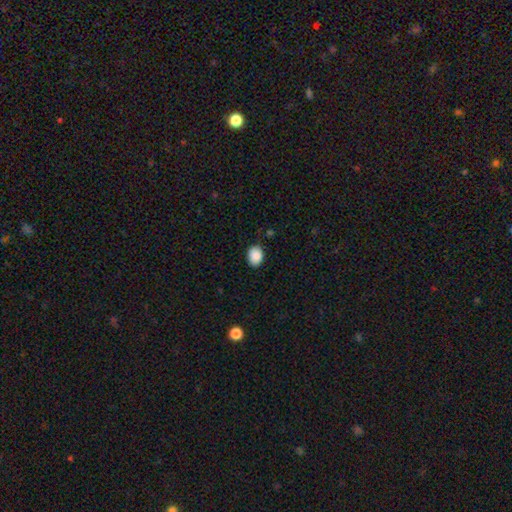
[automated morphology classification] Smooth or featured?
  - smooth: 90% *
  - star or artifact: 8%
  - featured or disk: 3%
How rounded?
  - in between: 70% *
  - round: 29%
  - cigar-shaped: 1%
Merging?
  - none: 86% *
  - minor disturbance: 11%
  - major disturbance: 2%
  - merger: 1%